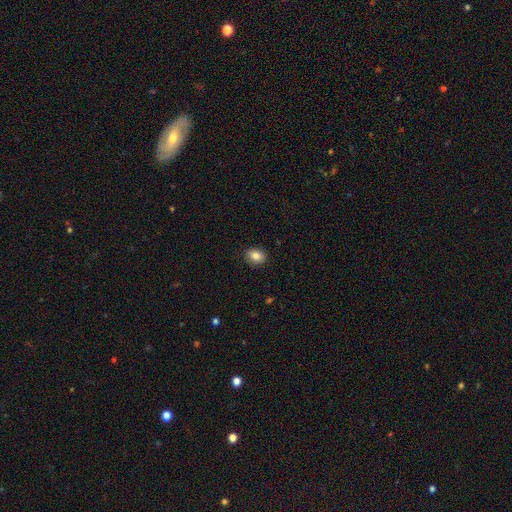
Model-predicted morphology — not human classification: This is clearly a smooth galaxy (86%). How rounded: likely in between (61%). Merging: clearly none (89%).